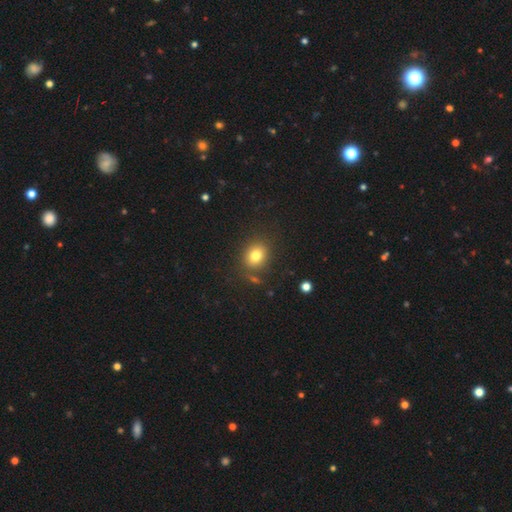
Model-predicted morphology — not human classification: Smooth or featured?
  - smooth: 79% *
  - star or artifact: 12%
  - featured or disk: 9%
How rounded?
  - round: 57% *
  - in between: 42%
  - cigar-shaped: 1%
Merging?
  - none: 80% *
  - minor disturbance: 12%
  - merger: 5%
  - major disturbance: 4%